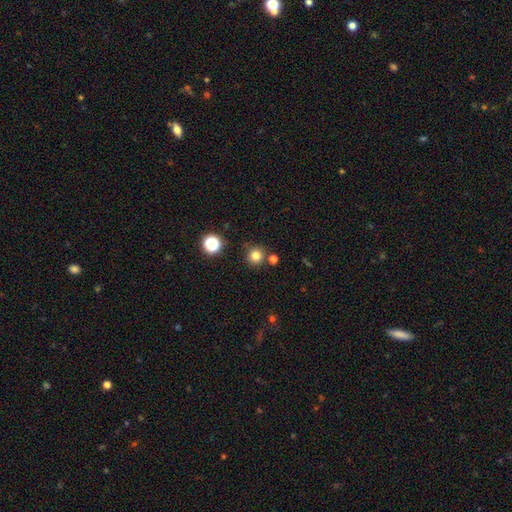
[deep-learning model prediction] This is likely a smooth galaxy (80%). How rounded: clearly round (94%). Merging: clearly none (83%).